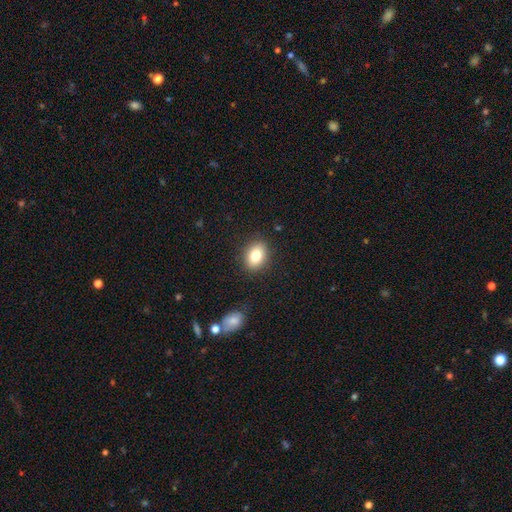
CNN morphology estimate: Q: Smooth or featured?
A: smooth (80%); runner-up: featured or disk (11%)
Q: How rounded?
A: in between (70%); runner-up: round (29%)
Q: Merging?
A: none (87%); runner-up: minor disturbance (9%)